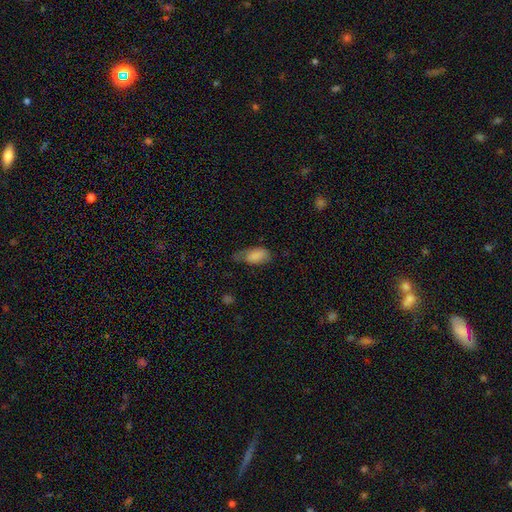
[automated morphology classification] type=smooth (82%); roundness=in between (92%); merging=minor disturbance (42%).